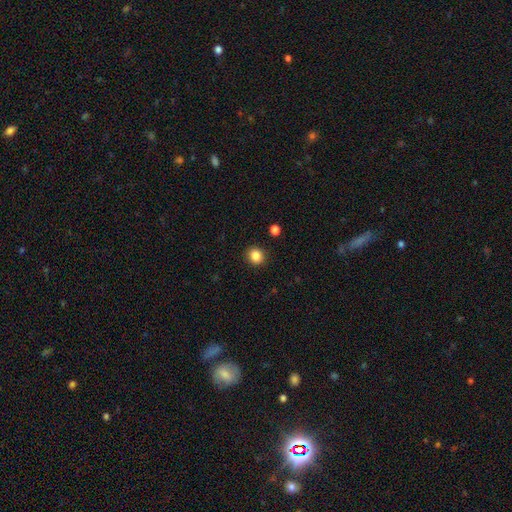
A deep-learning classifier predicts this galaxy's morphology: This appears to be a smooth galaxy with no disk features (86%) that is round (86%). Merging: none (91%).